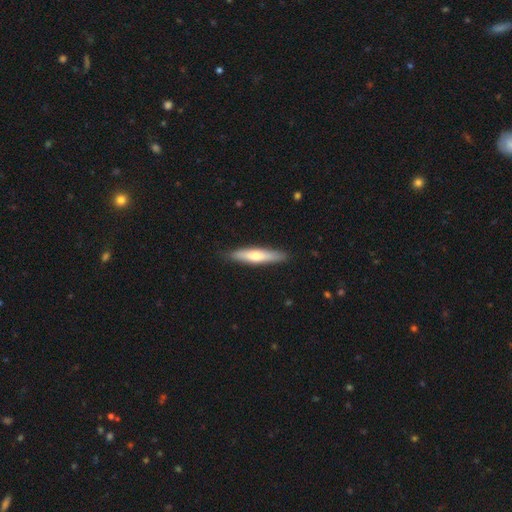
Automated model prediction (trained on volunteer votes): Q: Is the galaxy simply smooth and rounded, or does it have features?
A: smooth — 55%.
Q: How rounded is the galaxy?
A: cigar-shaped — 85%.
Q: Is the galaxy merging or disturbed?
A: none — 88%.